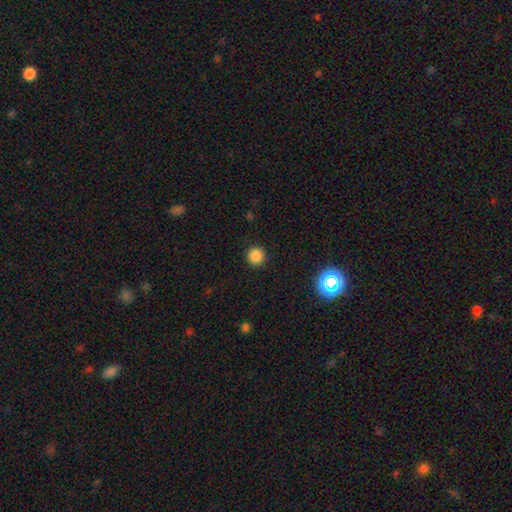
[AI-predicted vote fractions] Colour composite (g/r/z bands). It shows a smooth galaxy with no disk features (85%) that is round (95%). Merging: none (92%).